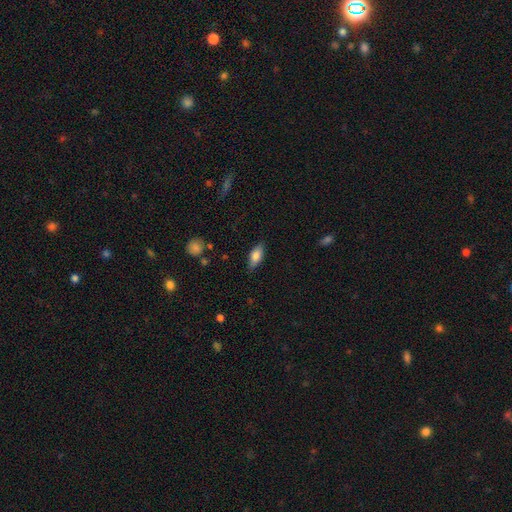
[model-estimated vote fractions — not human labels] smooth_or_featured: smooth (p=0.78) [alt: featured or disk p=0.15]
how_rounded: in between (p=0.84) [alt: cigar-shaped p=0.13]
merging: none (p=0.83) [alt: minor disturbance p=0.13]